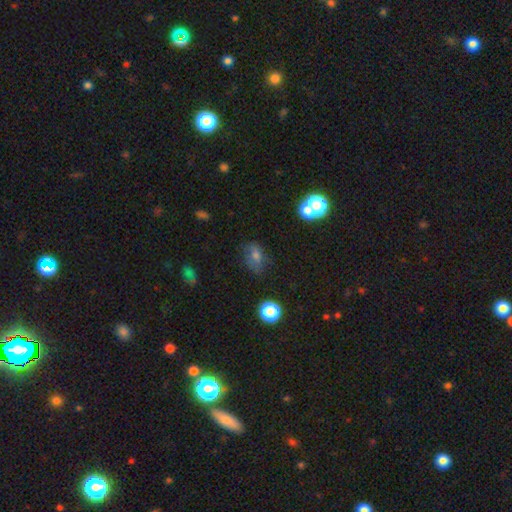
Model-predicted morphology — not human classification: A smooth galaxy with no disk features (62%) that is in between round and cigar-shaped (74%). Merging: none (62%).